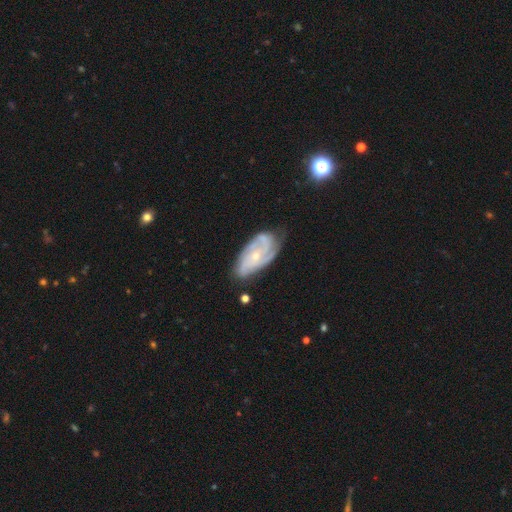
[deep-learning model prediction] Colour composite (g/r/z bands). It shows a featured or disk galaxy (80%) with no bar (70%), 3 (32%) tight (54%) spiral arms (93%) and a small central bulge (69%). Merging: none (62%).